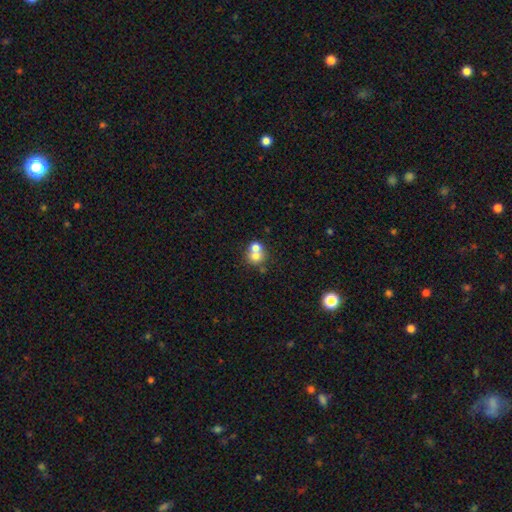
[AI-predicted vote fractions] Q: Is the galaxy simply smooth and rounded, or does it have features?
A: smooth — 69%.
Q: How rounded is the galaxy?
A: round — 78%.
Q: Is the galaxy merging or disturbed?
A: merger — 61%.